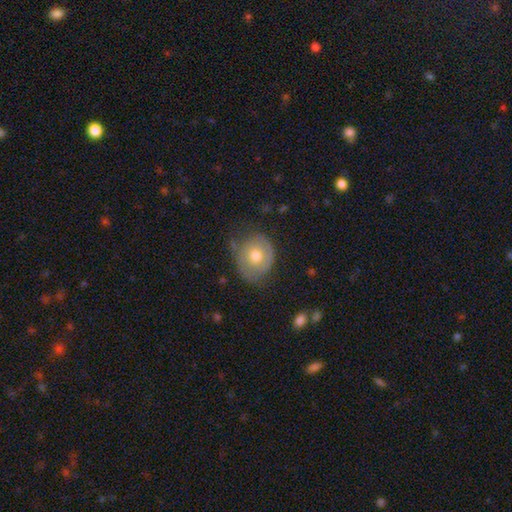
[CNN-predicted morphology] Smooth or featured? Predicted: smooth (p=0.56). How rounded? Predicted: round (p=0.66). Merging? Predicted: none (p=0.60).